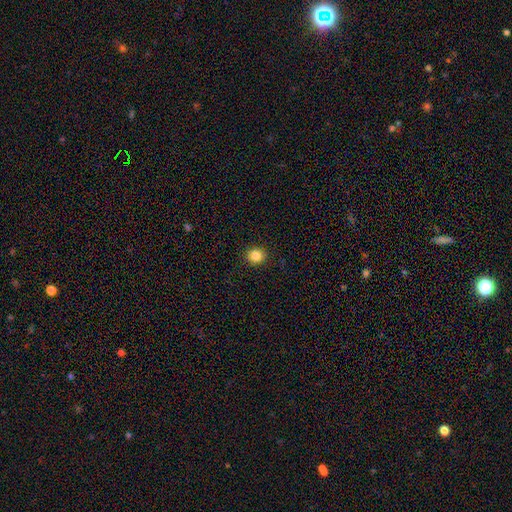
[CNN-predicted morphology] smooth 84%, star or artifact 11%, featured or disk 4%. Down the decision tree: how rounded — round (87%); merging — none (92%).